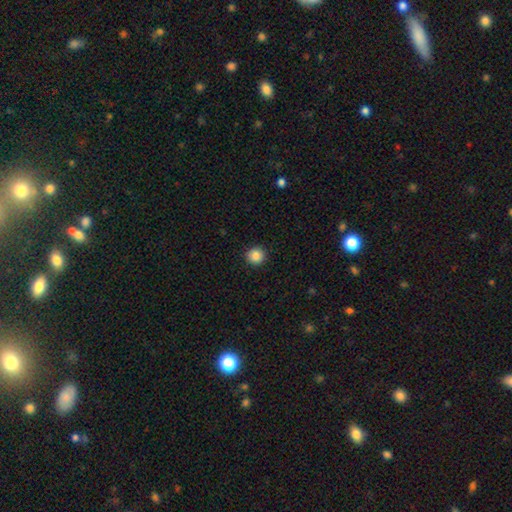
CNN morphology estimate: Smooth or featured?
  - smooth: 86% *
  - star or artifact: 10%
  - featured or disk: 4%
How rounded?
  - round: 94% *
  - in between: 5%
  - cigar-shaped: 1%
Merging?
  - none: 92% *
  - minor disturbance: 5%
  - major disturbance: 2%
  - merger: 1%